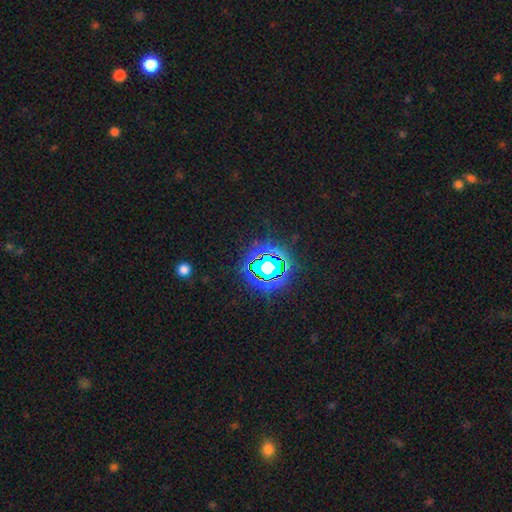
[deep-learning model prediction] The model was most divided on "smooth or featured": star or artifact: 83%, smooth: 11%, featured or disk: 6%.